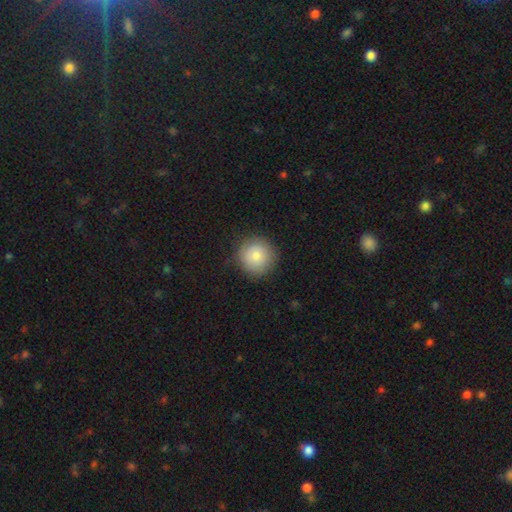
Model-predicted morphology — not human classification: smooth-or-featured: smooth: 78% | featured or disk: 14% | star or artifact: 8%
  how-rounded: round: 94% | in between: 5% | cigar-shaped: 1%
  merging: none: 84% | minor disturbance: 11% | major disturbance: 3% | merger: 1%